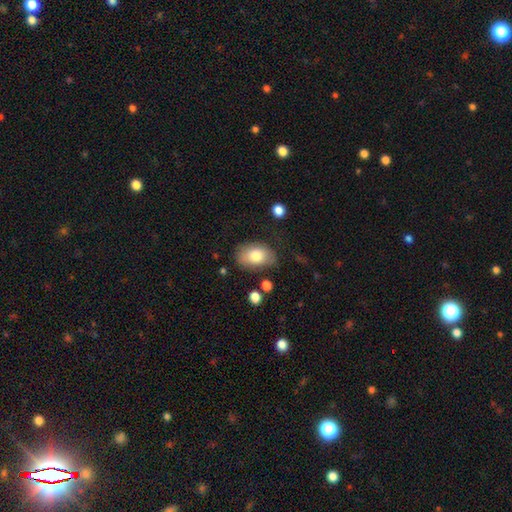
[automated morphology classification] type=smooth (78%); roundness=in between (89%); merging=none (73%).